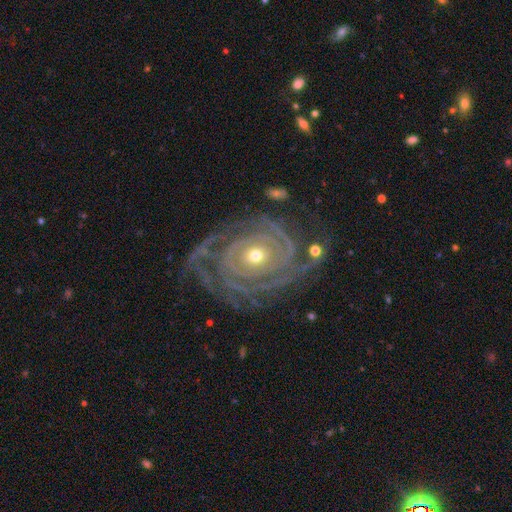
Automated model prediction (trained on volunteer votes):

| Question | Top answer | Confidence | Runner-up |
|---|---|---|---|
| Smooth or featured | featured or disk | 89% | smooth (6%) |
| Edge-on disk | no | 97% | yes (3%) |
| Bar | no | 81% | weak (12%) |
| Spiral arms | yes | 94% | no (6%) |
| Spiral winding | tight | 79% | medium (15%) |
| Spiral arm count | can't tell | 25% | 2 (18%) |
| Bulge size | small | 51% | moderate (44%) |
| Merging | none | 64% | minor disturbance (17%) |